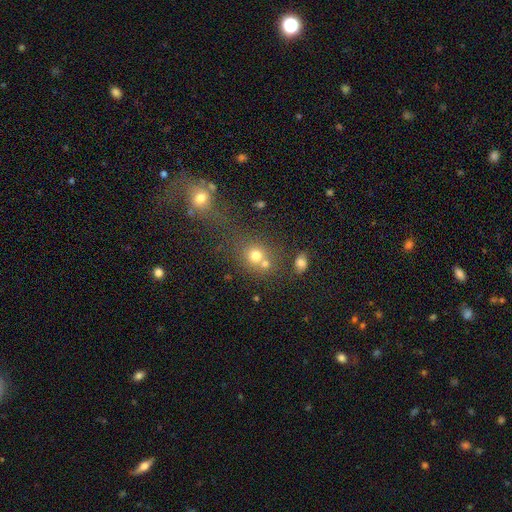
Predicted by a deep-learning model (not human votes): Overall: smooth (71%). How rounded: round (80%). Merging: none (49%; merger 36%).